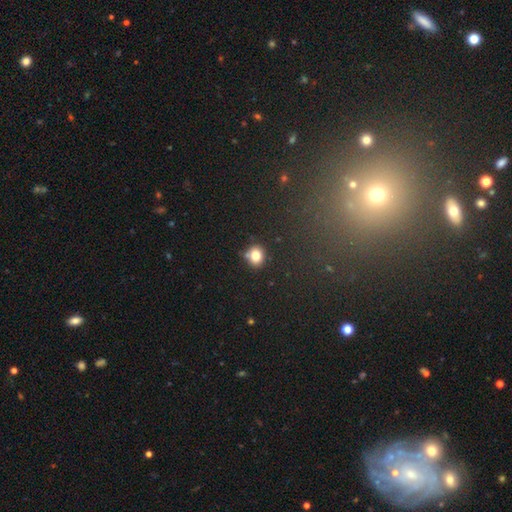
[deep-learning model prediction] smooth_or_featured: smooth (p=0.80) [alt: star or artifact p=0.12]
how_rounded: round (p=0.75) [alt: in between p=0.24]
merging: none (p=0.77) [alt: minor disturbance p=0.14]